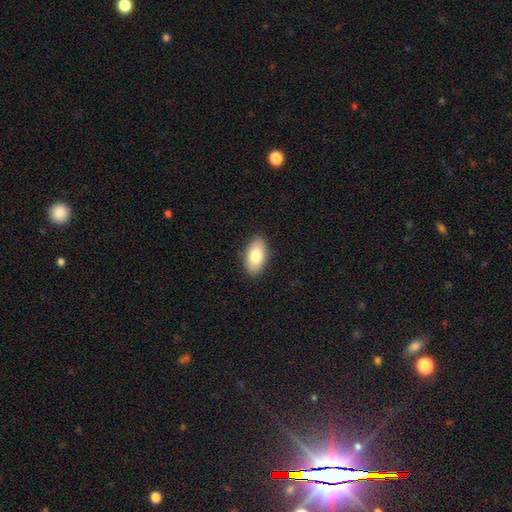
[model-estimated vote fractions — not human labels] The model was most divided on "smooth or featured": smooth: 80%, featured or disk: 13%, star or artifact: 7%. More confident: how rounded — in between (94%); merging — none (89%).